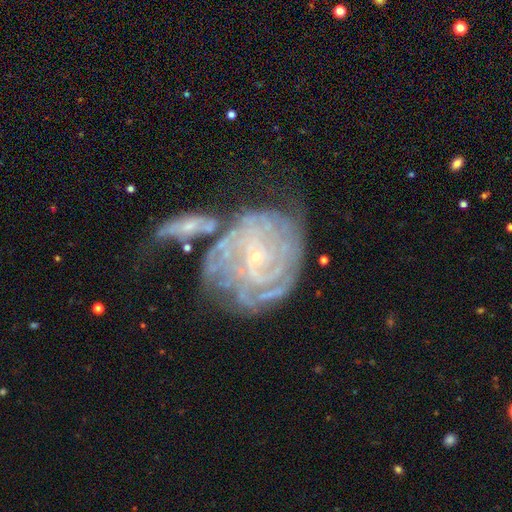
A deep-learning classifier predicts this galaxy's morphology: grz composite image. It shows a featured or disk galaxy (85%) with no bar (64%), tight (78%) spiral arms (94%) and a small central bulge (87%). Merging: none (37%).